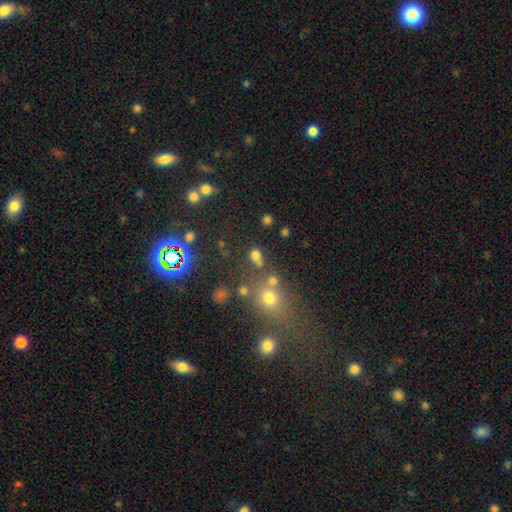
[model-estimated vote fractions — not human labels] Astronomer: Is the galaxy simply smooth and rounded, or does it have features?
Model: smooth — 68%.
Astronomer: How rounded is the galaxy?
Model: round — 75%.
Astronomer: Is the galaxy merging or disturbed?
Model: none — 64%.